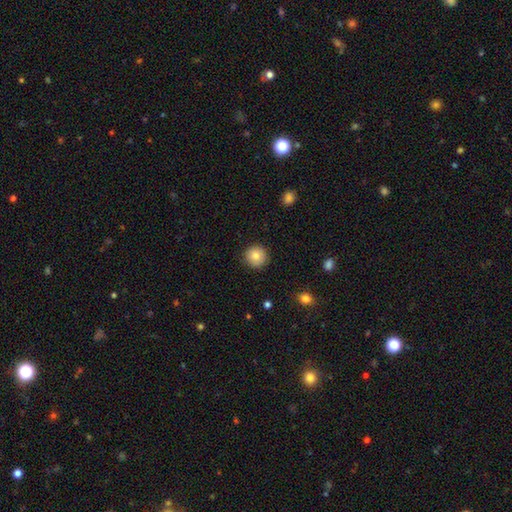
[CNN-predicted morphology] smooth 82%, featured or disk 9%, star or artifact 9%. Down the decision tree: how rounded — round (95%); merging — none (90%).